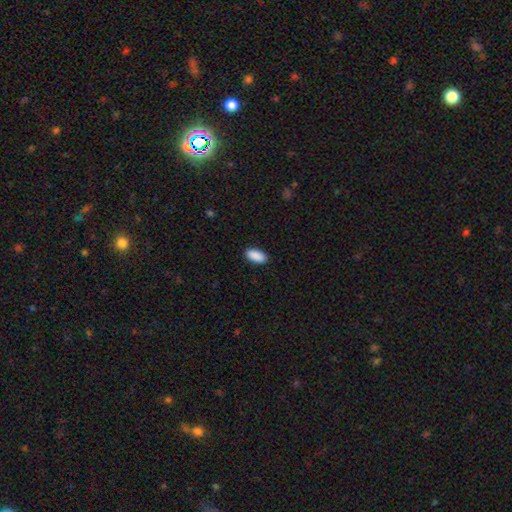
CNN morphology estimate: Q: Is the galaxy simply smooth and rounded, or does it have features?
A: smooth — 91%.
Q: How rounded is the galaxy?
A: in between — 91%.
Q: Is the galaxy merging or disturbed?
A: none — 90%.